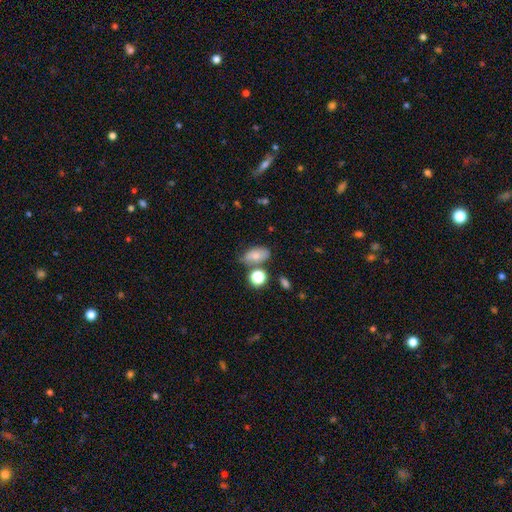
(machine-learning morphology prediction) This is likely a smooth galaxy (71%). How rounded: clearly in between (85%). Merging: possibly none (57%).